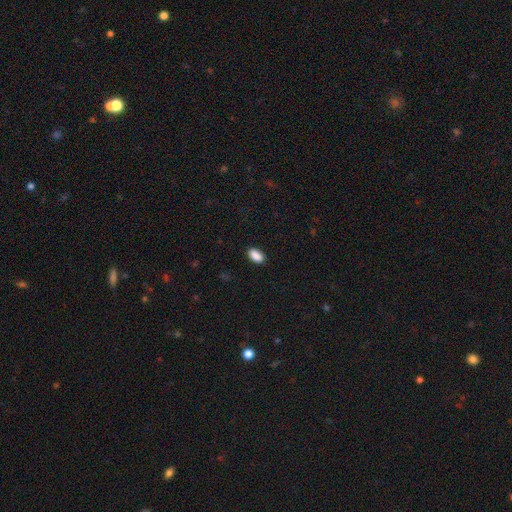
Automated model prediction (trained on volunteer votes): Smooth or featured? smooth (90%)
How rounded? in between (93%)
Merging? none (89%)